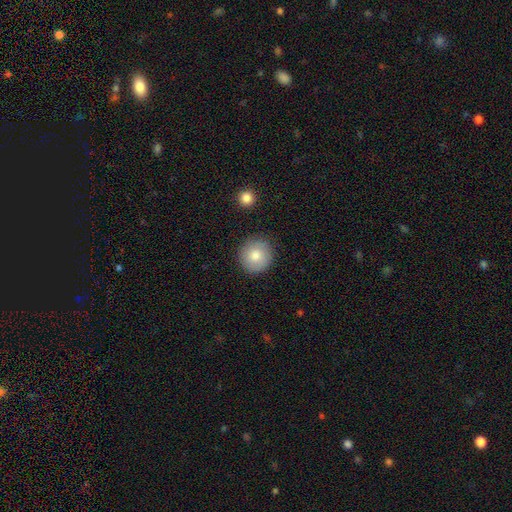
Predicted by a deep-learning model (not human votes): smooth_or_featured: smooth (p=0.80) [alt: featured or disk p=0.13]
how_rounded: round (p=0.93) [alt: in between p=0.06]
merging: none (p=0.87) [alt: minor disturbance p=0.09]